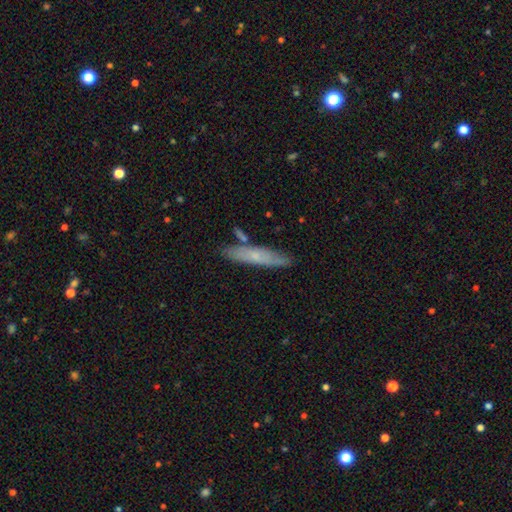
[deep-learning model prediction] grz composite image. It shows a smooth galaxy with no disk features (54%) that is cigar-shaped (86%). Merging: none (79%).